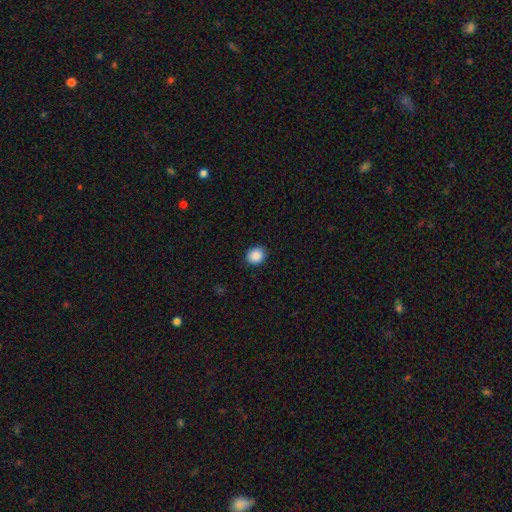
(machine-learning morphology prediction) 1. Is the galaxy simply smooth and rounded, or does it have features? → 89% smooth, 8% star or artifact, 3% featured or disk.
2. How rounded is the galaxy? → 67% round, 32% in between, 1% cigar-shaped.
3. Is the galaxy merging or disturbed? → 90% none, 7% minor disturbance, 2% major disturbance, 1% merger.